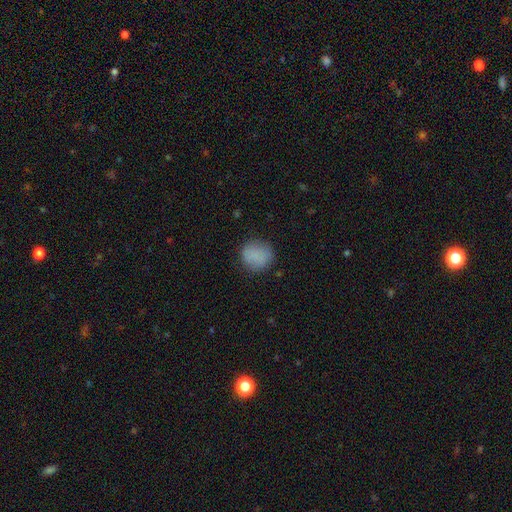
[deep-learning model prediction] Q: Smooth or featured?
A: smooth (85%); runner-up: star or artifact (9%)
Q: How rounded?
A: round (87%); runner-up: in between (12%)
Q: Merging?
A: none (80%); runner-up: minor disturbance (14%)